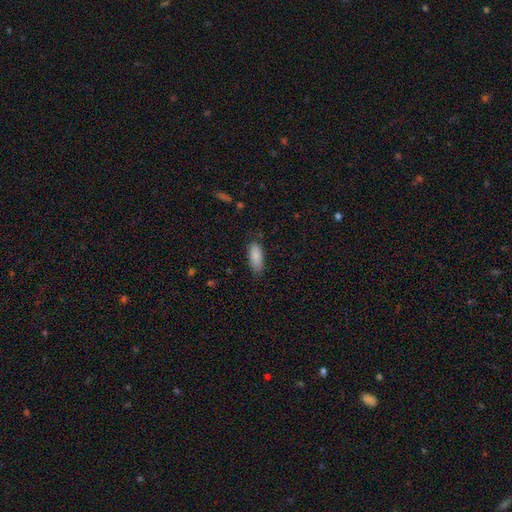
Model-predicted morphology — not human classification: Smooth or featured: smooth — 88% (star or artifact — 6%)
How rounded: in between — 83% (cigar-shaped — 15%)
Merging: none — 77% (minor disturbance — 18%)